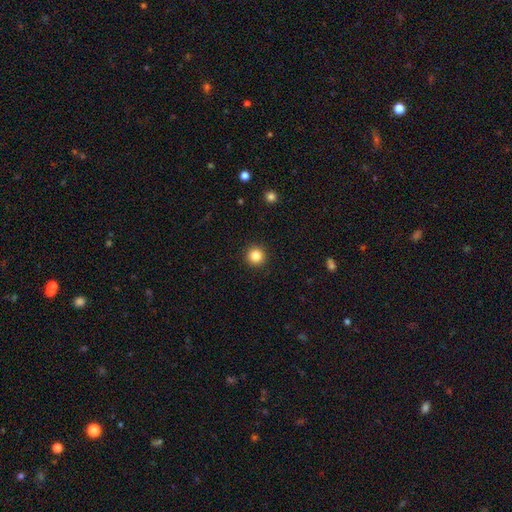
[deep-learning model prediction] Smooth or featured? Predicted: smooth (p=0.84). How rounded? Predicted: round (p=0.96). Merging? Predicted: none (p=0.93).